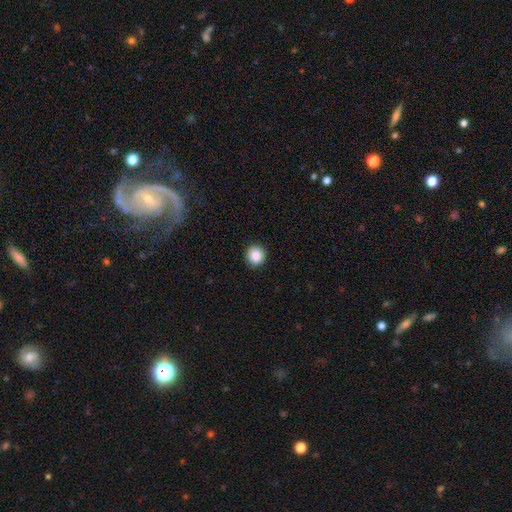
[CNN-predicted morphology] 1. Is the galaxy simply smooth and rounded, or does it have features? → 87% smooth, 9% star or artifact, 4% featured or disk.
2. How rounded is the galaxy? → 93% round, 6% in between, 1% cigar-shaped.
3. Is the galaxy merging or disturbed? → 92% none, 5% minor disturbance, 2% major disturbance, 1% merger.